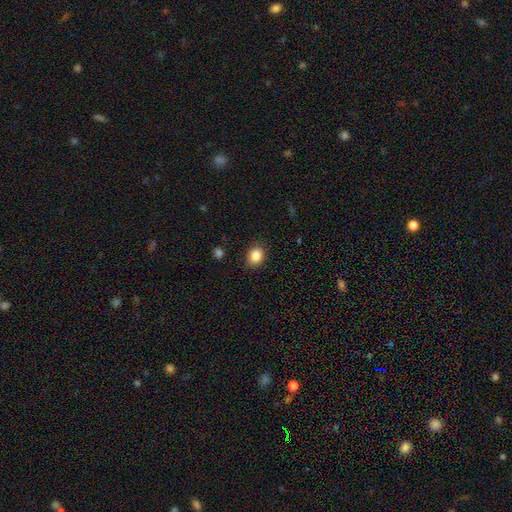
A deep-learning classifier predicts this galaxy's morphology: smooth-or-featured: smooth: 86% | star or artifact: 9% | featured or disk: 4%
  how-rounded: round: 50% | in between: 49% | cigar-shaped: 1%
  merging: none: 87% | minor disturbance: 10% | major disturbance: 3% | merger: 1%